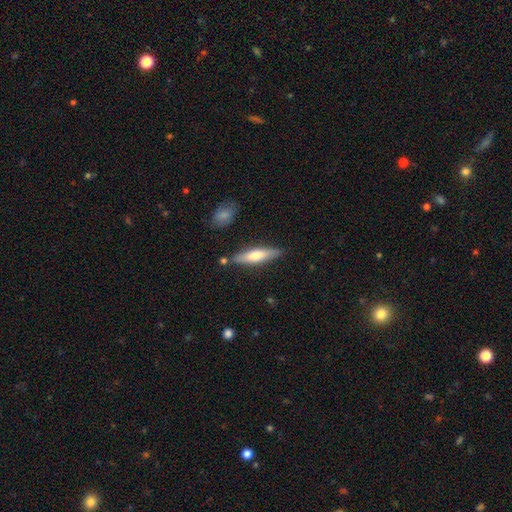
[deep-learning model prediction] Overall: smooth (58%; featured or disk 36%). How rounded: cigar-shaped (74%). Merging: none (82%).